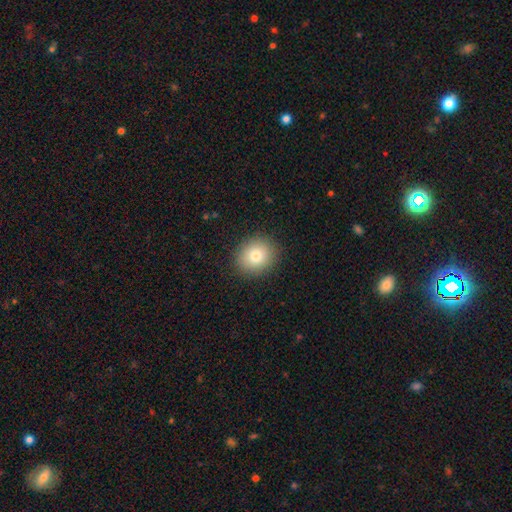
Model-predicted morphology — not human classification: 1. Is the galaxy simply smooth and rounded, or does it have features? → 80% smooth, 10% star or artifact, 10% featured or disk.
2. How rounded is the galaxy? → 75% round, 24% in between, 1% cigar-shaped.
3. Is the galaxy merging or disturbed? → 89% none, 8% minor disturbance, 2% major disturbance, 1% merger.